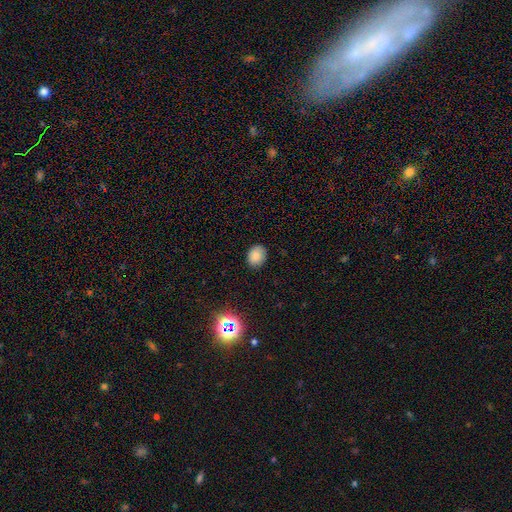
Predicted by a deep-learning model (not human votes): Smooth or featured: smooth — 83% (star or artifact — 12%)
How rounded: in between — 52% (round — 47%)
Merging: none — 86% (minor disturbance — 10%)